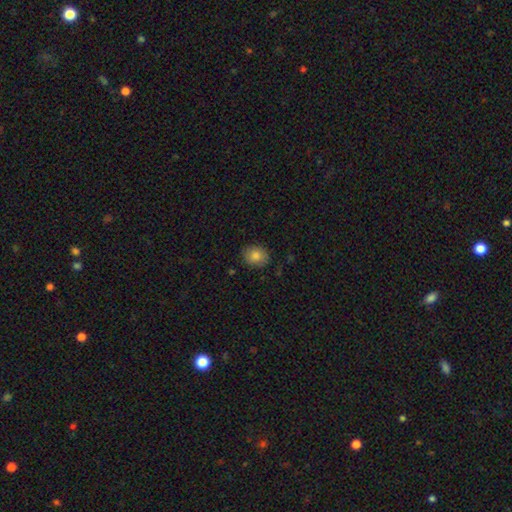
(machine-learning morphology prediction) Smooth or featured: smooth — 82% (star or artifact — 9%)
How rounded: round — 60% (in between — 39%)
Merging: none — 85% (minor disturbance — 11%)